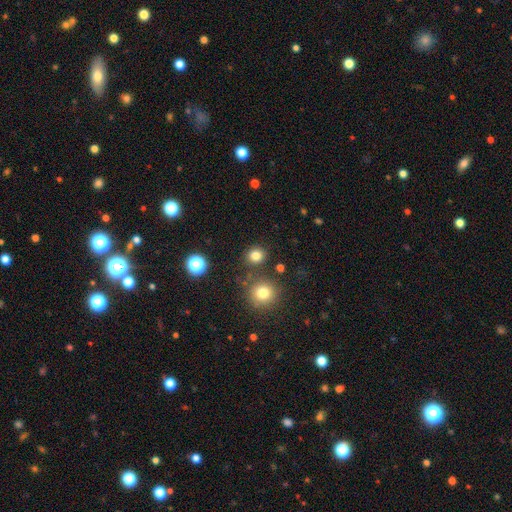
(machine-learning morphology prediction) Smooth or featured?
  - smooth: 80% *
  - star or artifact: 15%
  - featured or disk: 5%
How rounded?
  - round: 84% *
  - in between: 15%
  - cigar-shaped: 1%
Merging?
  - none: 83% *
  - minor disturbance: 8%
  - merger: 6%
  - major disturbance: 3%